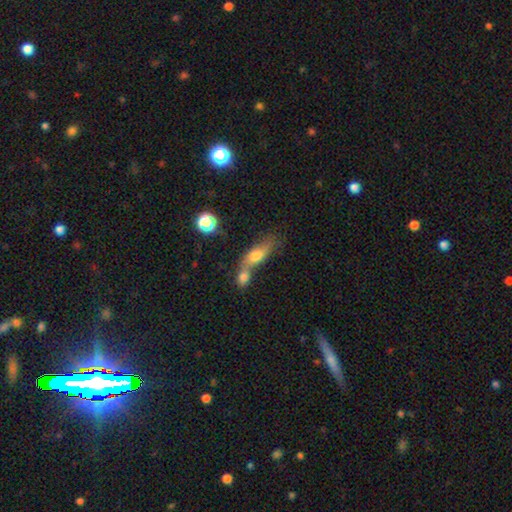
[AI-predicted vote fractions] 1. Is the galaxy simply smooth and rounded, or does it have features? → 66% smooth, 25% featured or disk, 10% star or artifact.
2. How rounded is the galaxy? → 64% in between, 26% cigar-shaped, 10% round.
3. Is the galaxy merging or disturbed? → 62% merger, 23% none, 9% minor disturbance, 6% major disturbance.